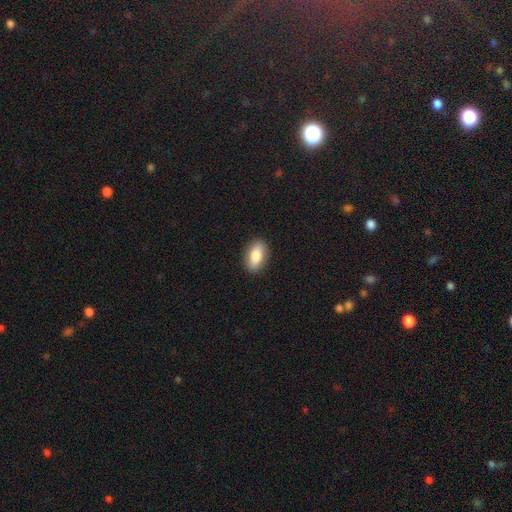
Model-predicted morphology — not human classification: type=smooth (78%); roundness=in between (88%); merging=none (88%).